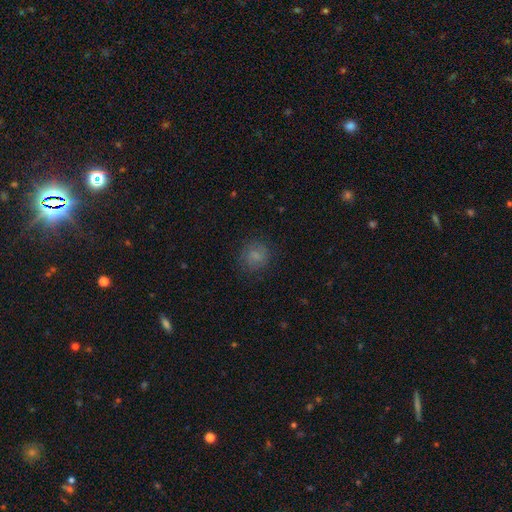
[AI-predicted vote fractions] Overall: smooth (72%). How rounded: round (85%). Merging: none (81%).